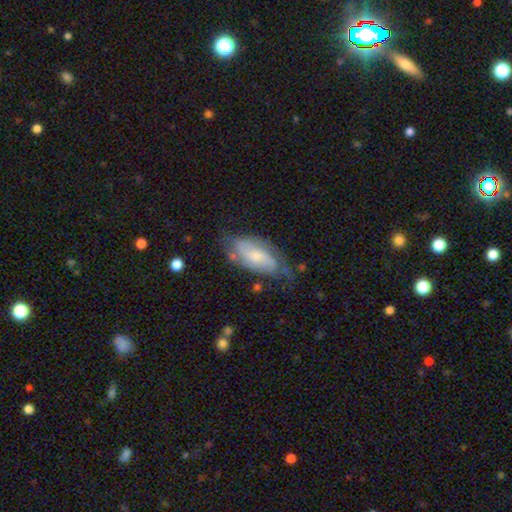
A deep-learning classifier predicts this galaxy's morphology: Q: Smooth or featured?
A: featured or disk (57%); runner-up: smooth (36%)
Q: Edge-on disk?
A: no (90%); runner-up: yes (10%)
Q: Bar?
A: no (66%); runner-up: weak (27%)
Q: Spiral arms?
A: yes (81%); runner-up: no (19%)
Q: Bulge size?
A: small (58%); runner-up: moderate (34%)
Q: Merging?
A: none (61%); runner-up: minor disturbance (27%)